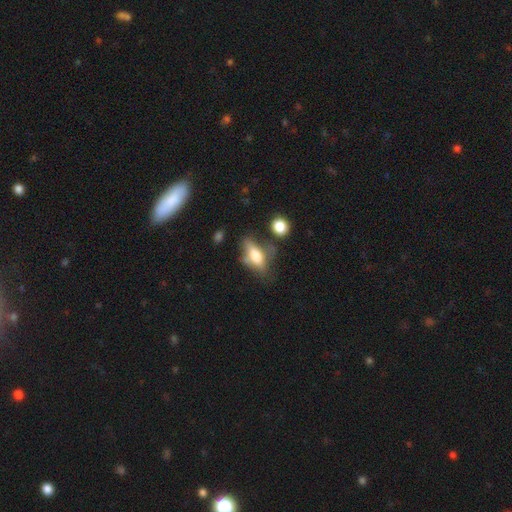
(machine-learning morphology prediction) A smooth galaxy with no disk features (58%) that is in between round and cigar-shaped (76%).

Vote fractions:
- Smooth or featured? smooth: 58% / featured or disk: 32% / star or artifact: 9%
- How rounded? in between: 76% / cigar-shaped: 18% / round: 6%
- Merging? none: 42% / minor disturbance: 26% / major disturbance: 19% / merger: 12%